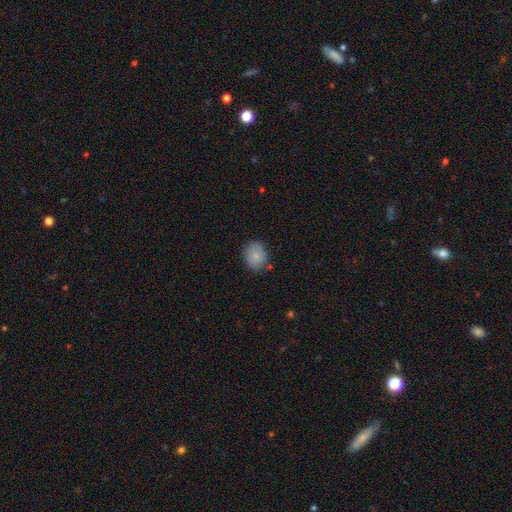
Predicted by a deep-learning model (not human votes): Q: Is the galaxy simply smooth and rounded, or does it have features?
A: smooth — 83%.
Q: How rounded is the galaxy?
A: round — 56%.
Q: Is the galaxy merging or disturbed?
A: none — 79%.